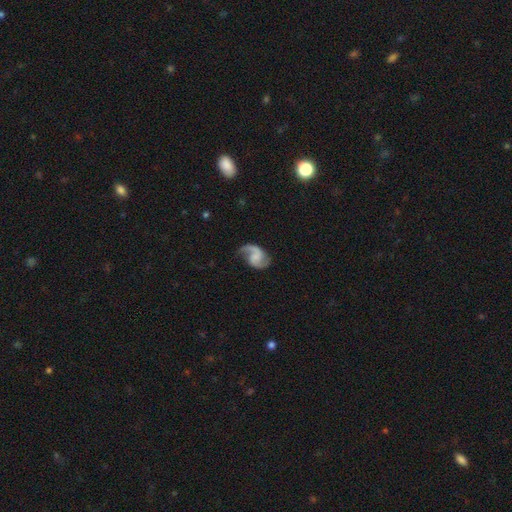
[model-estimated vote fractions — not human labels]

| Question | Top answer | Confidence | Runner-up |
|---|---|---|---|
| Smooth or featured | featured or disk | 84% | smooth (11%) |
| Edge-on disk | no | 98% | yes (2%) |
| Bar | no | 49% | weak (40%) |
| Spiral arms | yes | 96% | no (4%) |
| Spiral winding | loose | 46% | medium (43%) |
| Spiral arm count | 2 | 82% | 1 (13%) |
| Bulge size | none | 51% | small (26%) |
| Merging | none | 66% | minor disturbance (20%) |